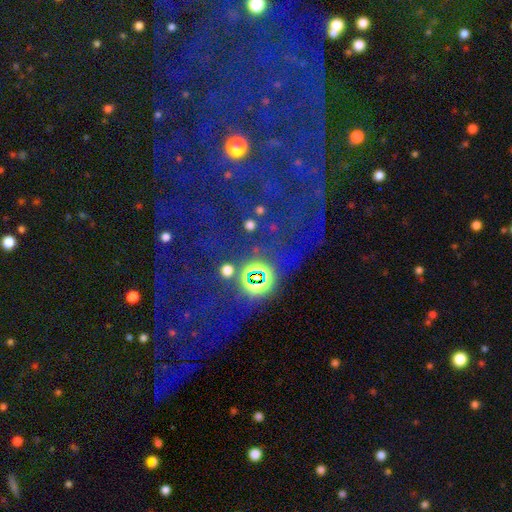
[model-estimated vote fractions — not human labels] Smooth or featured: star or artifact — 70% (featured or disk — 16%)